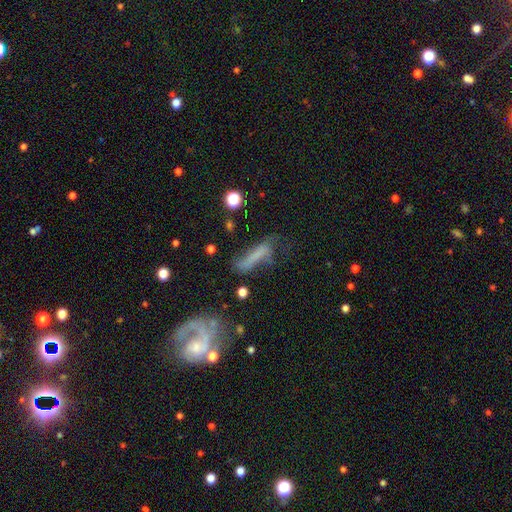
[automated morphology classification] Overall: smooth (50%; featured or disk 37%). Merging: none (40%; minor disturbance 26%).